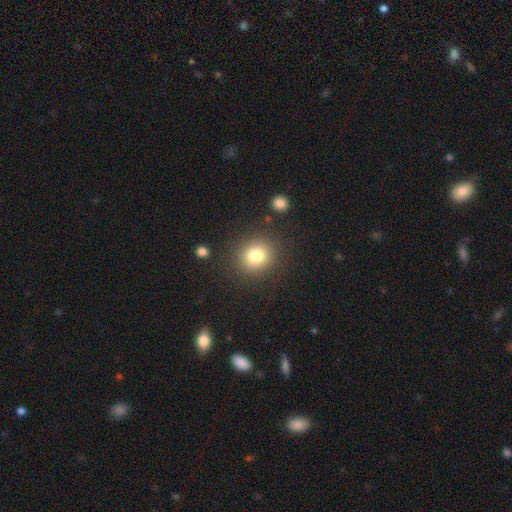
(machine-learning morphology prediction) Smooth or featured? Predicted: smooth (p=0.80). How rounded? Predicted: round (p=0.86). Merging? Predicted: none (p=0.87).